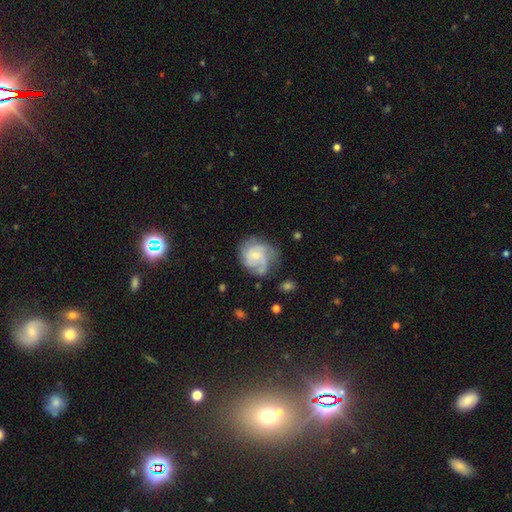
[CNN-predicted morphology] Smooth or featured?
  - featured or disk: 71% *
  - smooth: 23%
  - star or artifact: 7%
Edge-on disk?
  - no: 98% *
  - yes: 2%
Bar?
  - no: 73% *
  - weak: 24%
  - strong: 3%
Spiral arms?
  - yes: 90% *
  - no: 10%
Spiral winding?
  - tight: 44% *
  - medium: 40%
  - loose: 16%
Spiral arm count?
  - 3: 34% *
  - can't tell: 27%
  - 2: 19%
  - 4: 9%
  - 1: 6%
  - more than 4: 4%
Bulge size?
  - small: 65% *
  - moderate: 28%
  - none: 5%
  - large: 2%
  - dominant: 1%
Merging?
  - none: 56% *
  - minor disturbance: 24%
  - major disturbance: 16%
  - merger: 4%